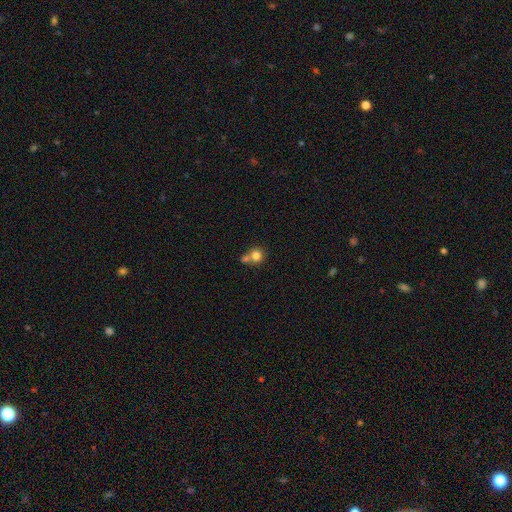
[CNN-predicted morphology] Smooth or featured? smooth (80%)
How rounded? round (89%)
Merging? none (46%)